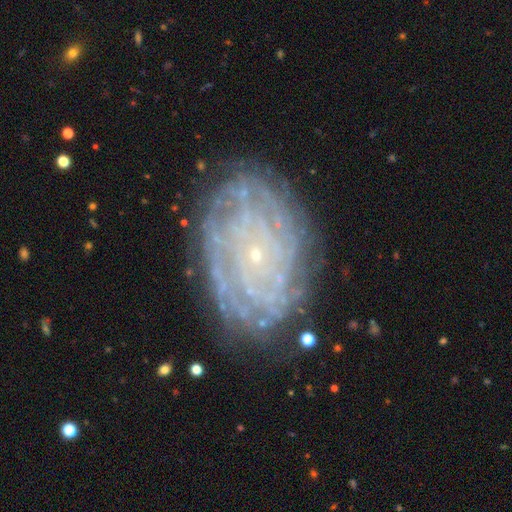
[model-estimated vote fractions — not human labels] Overall: featured or disk (83%). Edge-on disk: no (97%). Bar: no (81%). Spiral arms: yes (94%). Spiral arm count: can't tell (33%; more than 4 27%). Spiral winding: tight (85%). Bulge size: small (90%). Merging: none (80%).